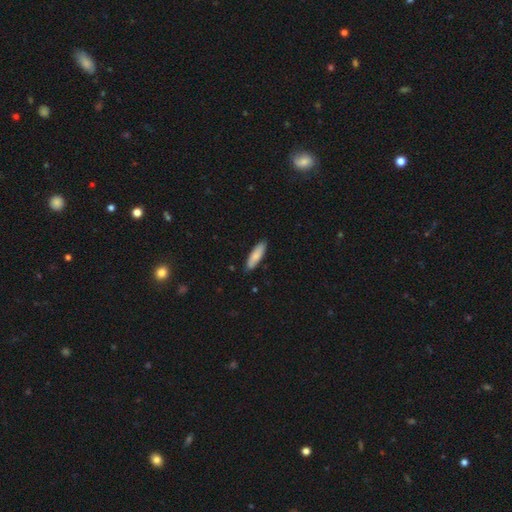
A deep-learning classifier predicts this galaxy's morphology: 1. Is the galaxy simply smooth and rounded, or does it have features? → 81% smooth, 13% featured or disk, 5% star or artifact.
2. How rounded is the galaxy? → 57% cigar-shaped, 41% in between, 1% round.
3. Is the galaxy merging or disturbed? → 85% none, 12% minor disturbance, 2% major disturbance, 1% merger.